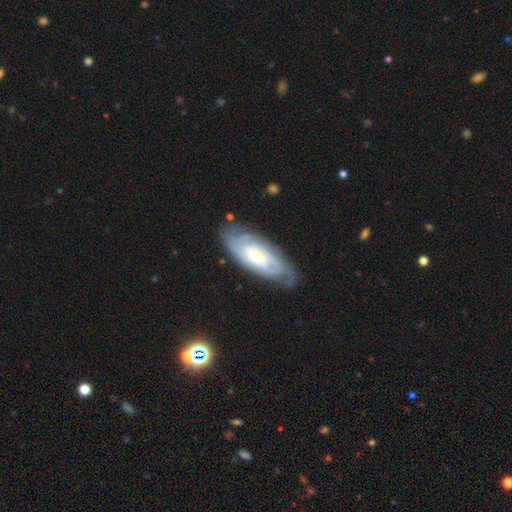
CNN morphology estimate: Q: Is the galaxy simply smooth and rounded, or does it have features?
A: featured or disk — 76%.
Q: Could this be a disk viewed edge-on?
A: no — 90%.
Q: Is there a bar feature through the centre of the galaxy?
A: no — 63%.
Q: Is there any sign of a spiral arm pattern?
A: yes — 94%.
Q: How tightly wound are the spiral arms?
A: tight — 69%.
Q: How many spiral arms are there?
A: can't tell — 42%.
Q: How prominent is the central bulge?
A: small — 52%.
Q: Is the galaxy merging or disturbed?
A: none — 77%.